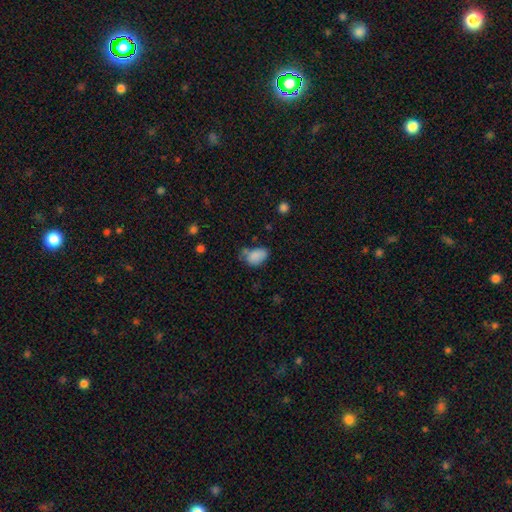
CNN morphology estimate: type=smooth (84%); roundness=in between (86%); merging=none (50%).